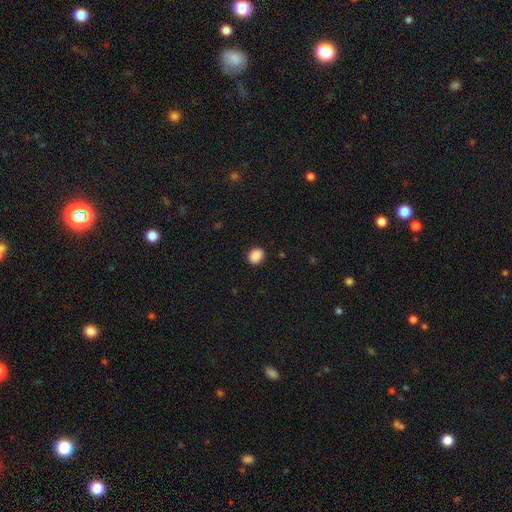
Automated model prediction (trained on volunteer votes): Smooth or featured?
  - smooth: 89% *
  - star or artifact: 8%
  - featured or disk: 3%
How rounded?
  - round: 53% *
  - in between: 46%
  - cigar-shaped: 1%
Merging?
  - none: 89% *
  - minor disturbance: 7%
  - major disturbance: 2%
  - merger: 1%